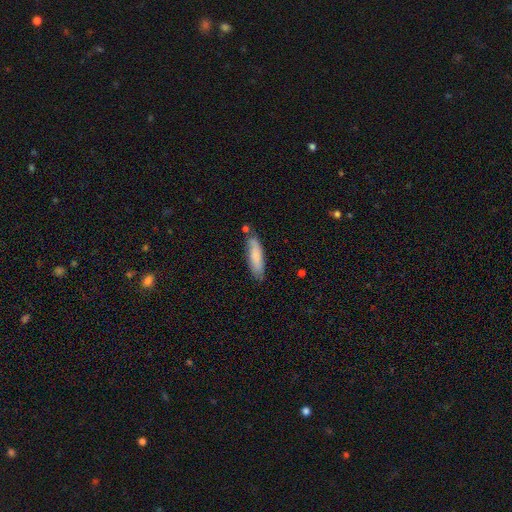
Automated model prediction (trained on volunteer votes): A smooth galaxy with no disk features (76%) that is cigar-shaped (63%). Merging: none (72%).